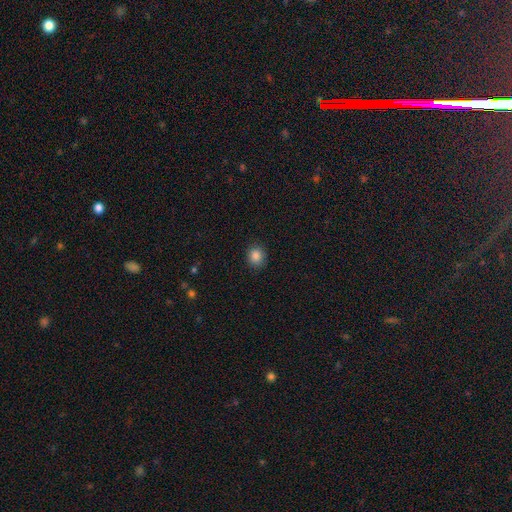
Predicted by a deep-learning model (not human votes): This appears to be a smooth galaxy with no disk features (85%) that is round (75%). Merging: none (89%).